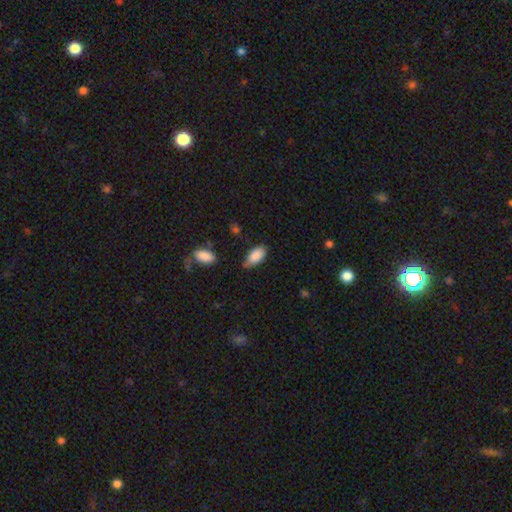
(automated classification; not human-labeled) A smooth galaxy with no disk features (87%) that is in between round and cigar-shaped (92%).

Vote fractions:
- Smooth or featured? smooth: 87% / star or artifact: 7% / featured or disk: 6%
- How rounded? in between: 92% / cigar-shaped: 6% / round: 2%
- Merging? none: 61% / minor disturbance: 31% / major disturbance: 5% / merger: 3%